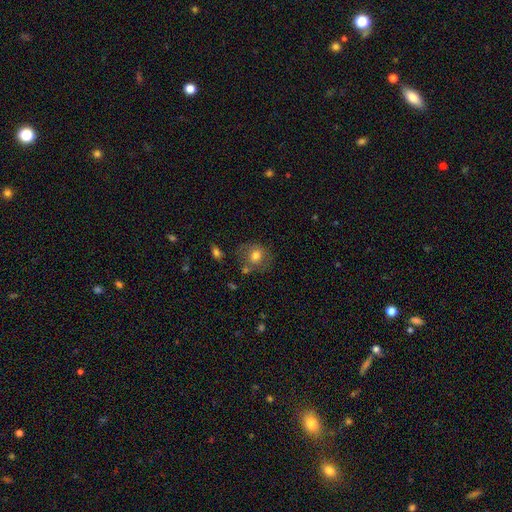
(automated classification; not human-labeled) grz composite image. It shows a smooth galaxy with no disk features (71%) that is round (77%). Merging: none (63%).